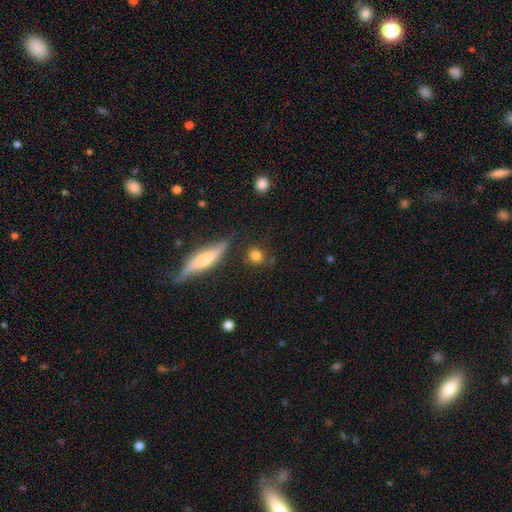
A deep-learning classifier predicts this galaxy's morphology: type=smooth (78%); roundness=round (77%); merging=none (78%).